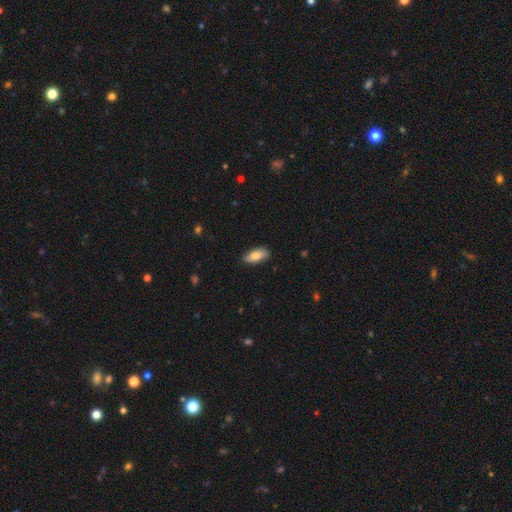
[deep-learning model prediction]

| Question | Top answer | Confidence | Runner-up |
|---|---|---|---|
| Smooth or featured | smooth | 78% | featured or disk (15%) |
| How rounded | in between | 86% | cigar-shaped (11%) |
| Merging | none | 81% | minor disturbance (15%) |